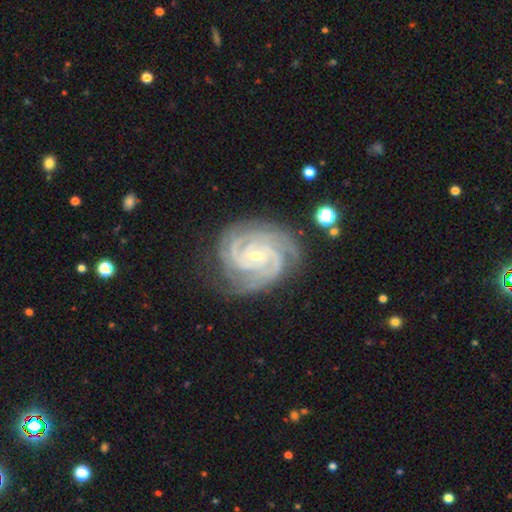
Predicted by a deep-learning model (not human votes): Smooth or featured? Predicted: featured or disk (p=0.92). Edge-on disk? Predicted: no (p=0.98). Bar? Predicted: no (p=0.60). Spiral arms? Predicted: yes (p=0.99). Spiral winding? Predicted: tight (p=0.79). Spiral arm count? Predicted: 3 (p=0.35). Bulge size? Predicted: small (p=0.71). Merging? Predicted: none (p=0.76).